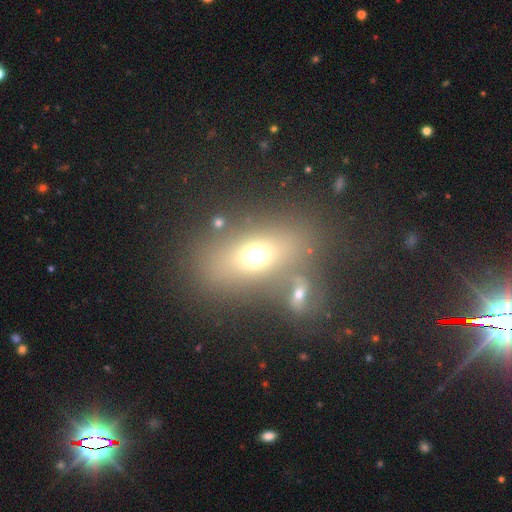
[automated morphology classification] Overall: smooth (63%). How rounded: in between (70%). Merging: none (54%; merger 28%).